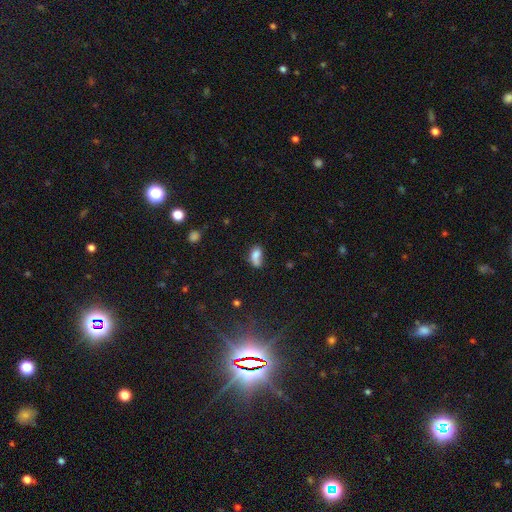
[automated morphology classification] smooth 75%, featured or disk 14%, star or artifact 12%. Down the decision tree: how rounded — in between (84%); merging — none (34%).